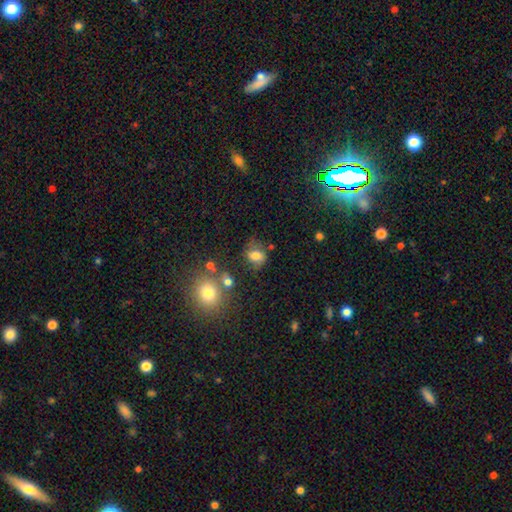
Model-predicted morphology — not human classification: Smooth or featured: smooth — 72% (featured or disk — 16%)
How rounded: in between — 54% (round — 45%)
Merging: none — 57% (minor disturbance — 24%)